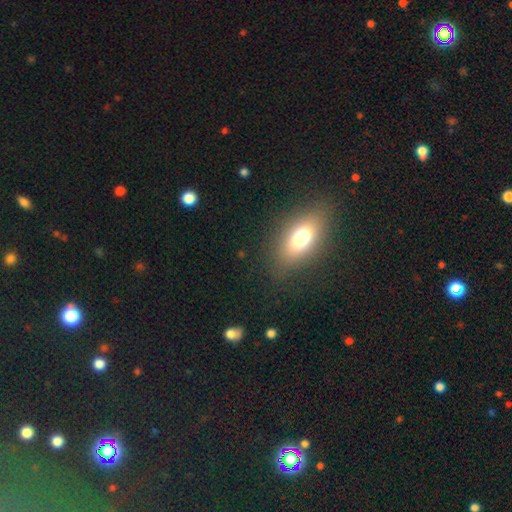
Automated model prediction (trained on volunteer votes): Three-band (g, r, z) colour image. It shows a smooth galaxy with no disk features (66%) that is in between round and cigar-shaped (79%). Merging: none (89%).